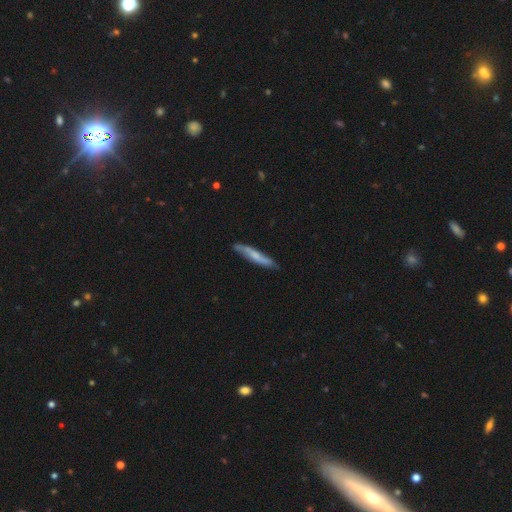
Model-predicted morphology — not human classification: A smooth galaxy with no disk features (49%).

Vote fractions:
- Smooth or featured? smooth: 49% / featured or disk: 46% / star or artifact: 5%
- Merging? none: 79% / minor disturbance: 17% / major disturbance: 3% / merger: 2%